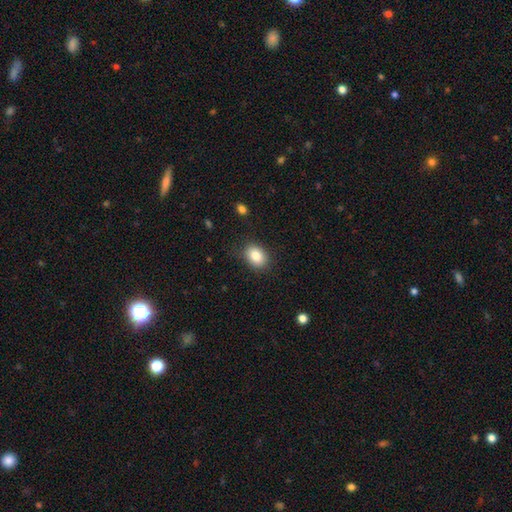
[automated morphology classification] Smooth or featured?
  - smooth: 84% *
  - star or artifact: 9%
  - featured or disk: 7%
How rounded?
  - in between: 72% *
  - round: 27%
  - cigar-shaped: 1%
Merging?
  - none: 84% *
  - minor disturbance: 12%
  - major disturbance: 3%
  - merger: 1%